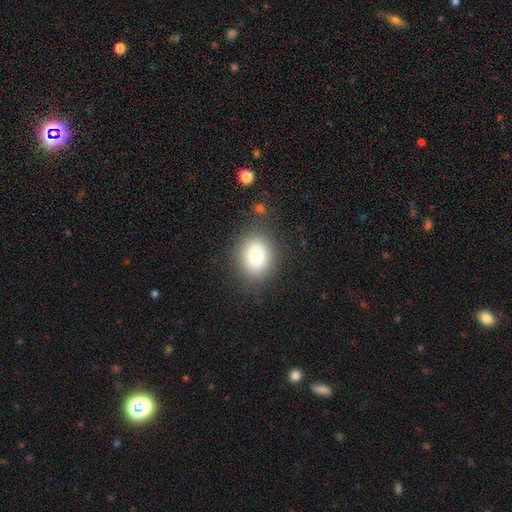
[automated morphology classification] A smooth galaxy with no disk features (79%) that is round (56%).

Vote fractions:
- Smooth or featured? smooth: 79% / featured or disk: 11% / star or artifact: 11%
- How rounded? round: 56% / in between: 43% / cigar-shaped: 1%
- Merging? none: 84% / minor disturbance: 10% / major disturbance: 4% / merger: 2%